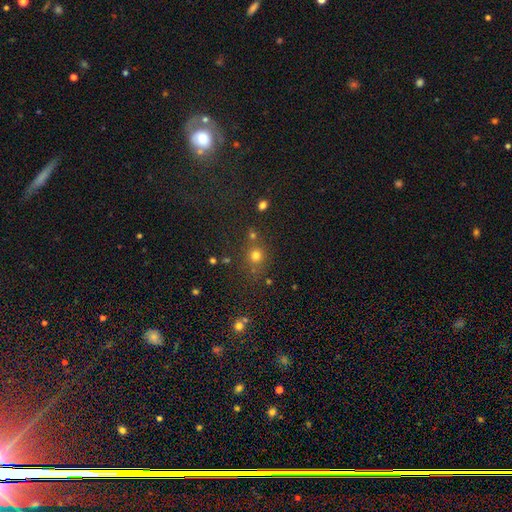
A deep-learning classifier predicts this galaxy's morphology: smooth 70%, star or artifact 22%, featured or disk 8%. Down the decision tree: how rounded — round (87%); merging — none (71%).